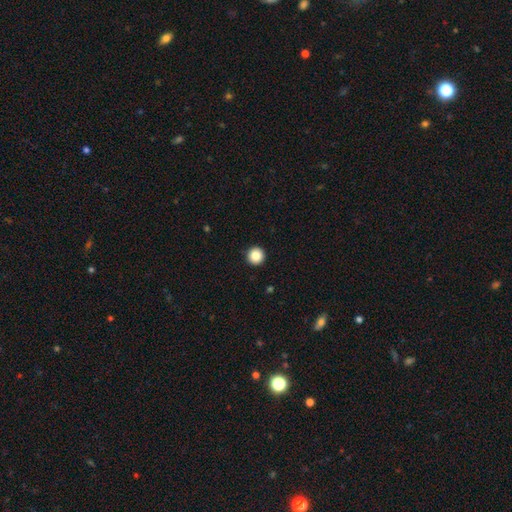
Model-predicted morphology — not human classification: smooth_or_featured: smooth (p=0.86) [alt: star or artifact p=0.09]
how_rounded: round (p=0.96) [alt: in between p=0.03]
merging: none (p=0.94) [alt: minor disturbance p=0.04]